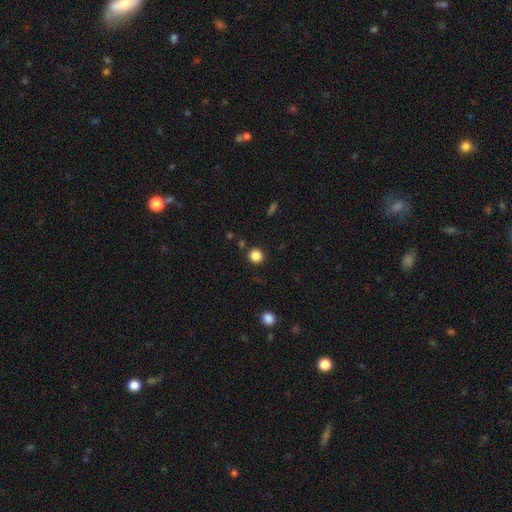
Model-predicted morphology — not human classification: smooth 85%, star or artifact 12%, featured or disk 3%. Down the decision tree: how rounded — round (91%); merging — none (88%).